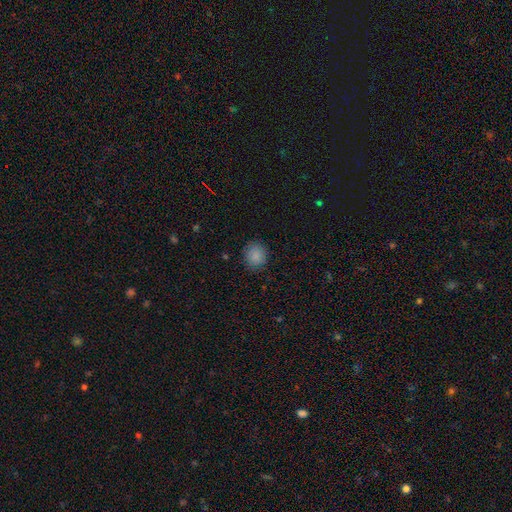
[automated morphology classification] smooth 86%, star or artifact 10%, featured or disk 4%. Down the decision tree: how rounded — round (79%); merging — none (86%).